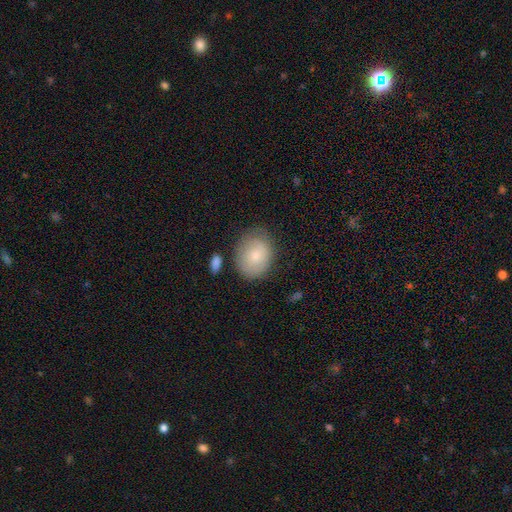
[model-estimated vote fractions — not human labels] Morphology: type=smooth (72%); roundness=round (54%); merging=none (69%).